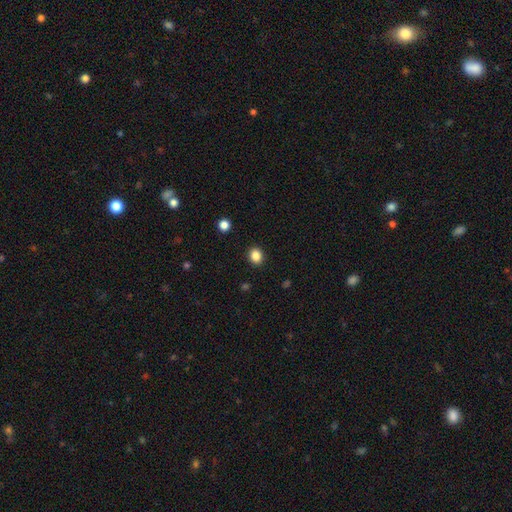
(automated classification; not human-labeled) Morphology: type=smooth (85%); roundness=round (70%); merging=none (91%).